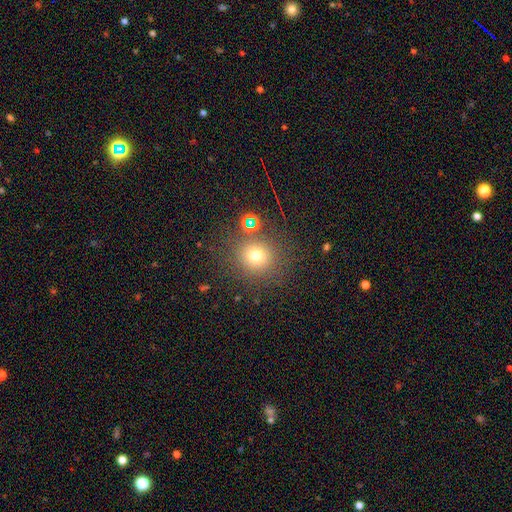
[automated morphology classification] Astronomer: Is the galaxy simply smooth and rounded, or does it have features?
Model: smooth — 70%.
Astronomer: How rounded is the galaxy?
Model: round — 87%.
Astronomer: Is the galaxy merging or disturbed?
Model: none — 80%.